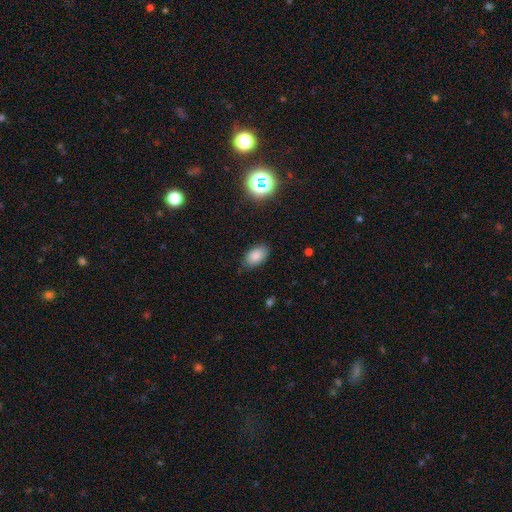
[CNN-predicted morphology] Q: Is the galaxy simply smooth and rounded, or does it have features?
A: smooth — 84%.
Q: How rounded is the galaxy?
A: in between — 92%.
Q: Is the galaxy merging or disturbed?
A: none — 80%.